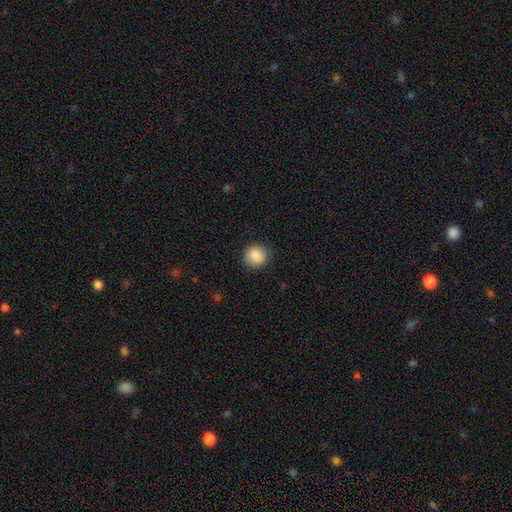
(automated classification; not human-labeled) smooth_or_featured: smooth (p=0.88) [alt: star or artifact p=0.08]
how_rounded: round (p=0.88) [alt: in between p=0.11]
merging: none (p=0.88) [alt: minor disturbance p=0.09]